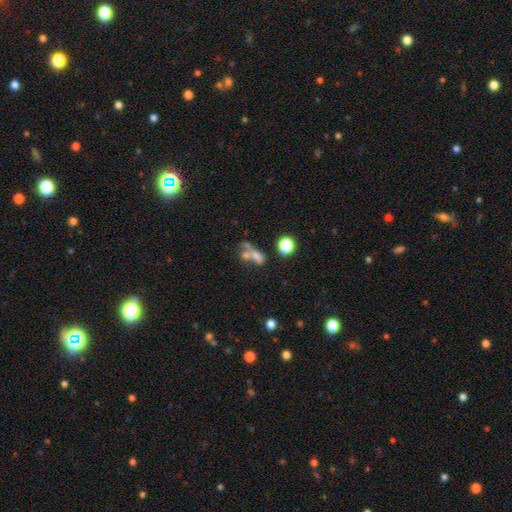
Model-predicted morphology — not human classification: Overall: smooth (57%; featured or disk 25%). How rounded: in between (58%; round 37%). Merging: merger (56%; none 21%).